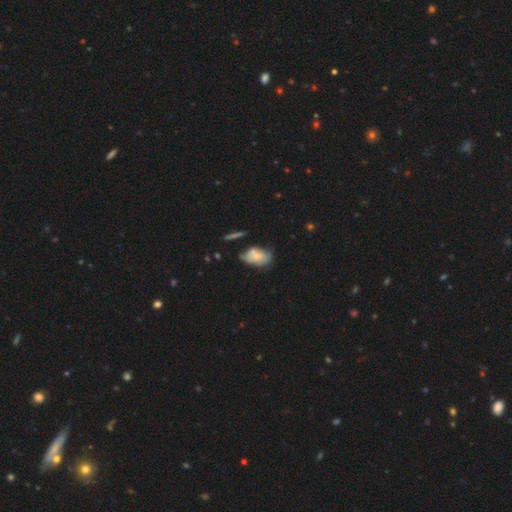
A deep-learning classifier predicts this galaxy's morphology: smooth-or-featured: smooth: 63% | featured or disk: 29% | star or artifact: 9%
  how-rounded: in between: 89% | round: 8% | cigar-shaped: 3%
  merging: none: 39% | minor disturbance: 29% | merger: 20% | major disturbance: 12%